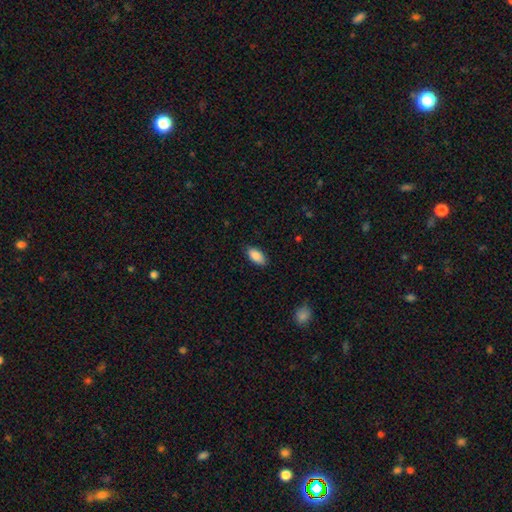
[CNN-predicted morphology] Smooth or featured? Predicted: smooth (p=0.88). How rounded? Predicted: in between (p=0.92). Merging? Predicted: none (p=0.85).